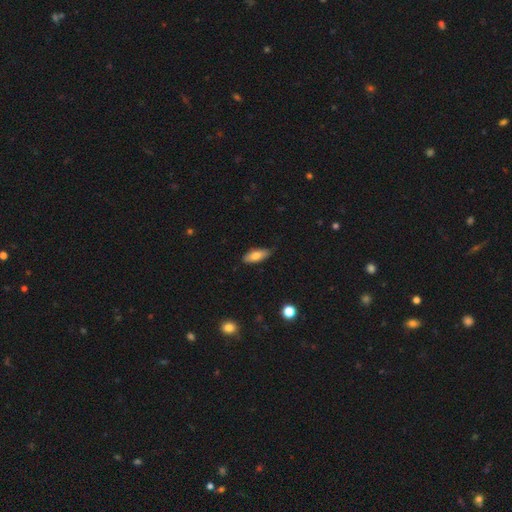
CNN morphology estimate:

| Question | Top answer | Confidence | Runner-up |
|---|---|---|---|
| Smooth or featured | smooth | 77% | featured or disk (16%) |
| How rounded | in between | 76% | cigar-shaped (22%) |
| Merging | none | 80% | minor disturbance (16%) |